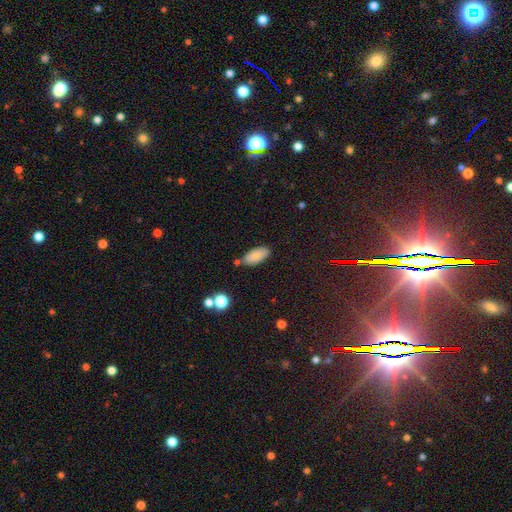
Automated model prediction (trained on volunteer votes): This is clearly a smooth galaxy (83%). How rounded: clearly in between (88%). Merging: likely none (78%).